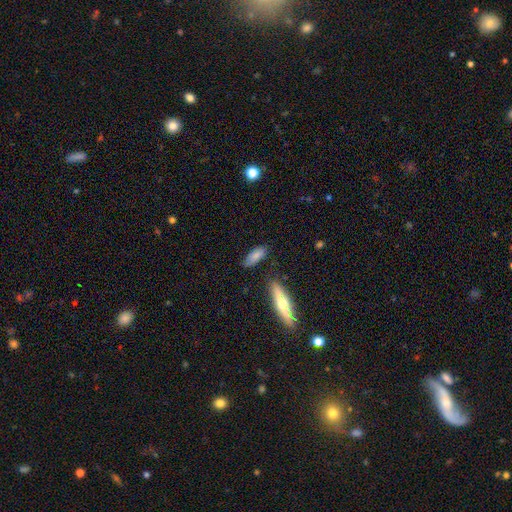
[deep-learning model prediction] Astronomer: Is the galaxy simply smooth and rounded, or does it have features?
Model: smooth — 79%.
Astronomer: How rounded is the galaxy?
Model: in between — 71%.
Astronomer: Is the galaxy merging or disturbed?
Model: none — 69%.